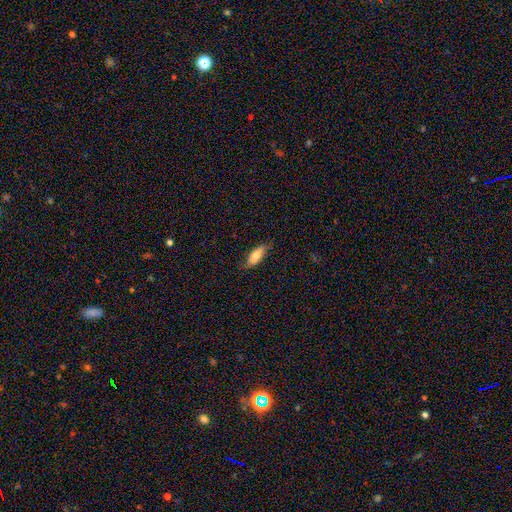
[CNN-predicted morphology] Overall: smooth (75%). How rounded: in between (68%; cigar-shaped 30%). Merging: none (76%).